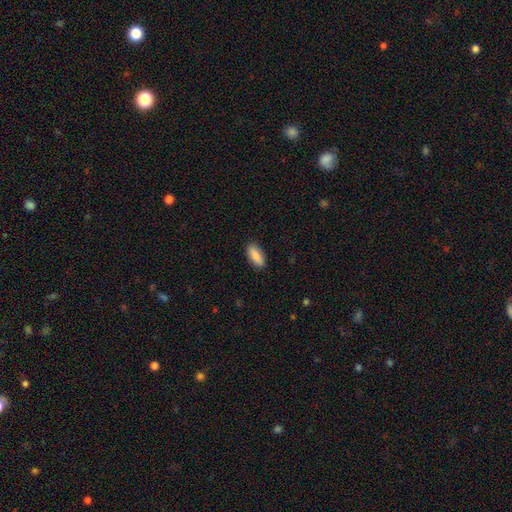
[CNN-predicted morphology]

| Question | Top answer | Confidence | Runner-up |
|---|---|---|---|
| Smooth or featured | smooth | 84% | featured or disk (9%) |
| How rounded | in between | 79% | cigar-shaped (19%) |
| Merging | none | 88% | minor disturbance (9%) |